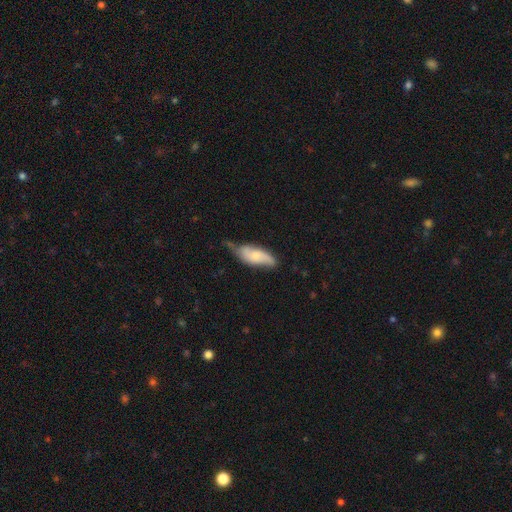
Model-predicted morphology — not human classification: smooth-or-featured: smooth: 55% | featured or disk: 39% | star or artifact: 6%
  how-rounded: in between: 72% | cigar-shaped: 26% | round: 2%
  merging: none: 43% | minor disturbance: 41% | major disturbance: 11% | merger: 4%